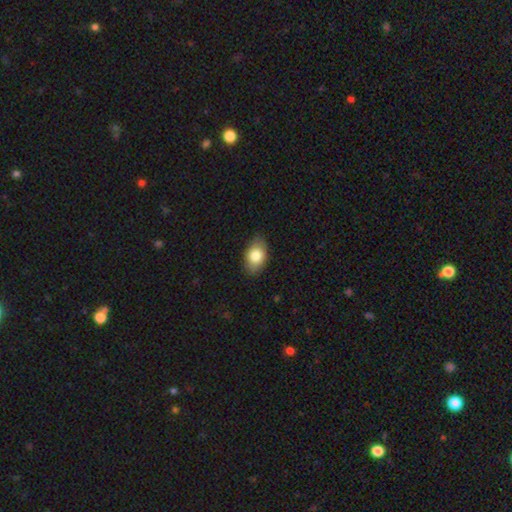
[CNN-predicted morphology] Overall: smooth (82%). How rounded: in between (89%). Merging: none (84%).